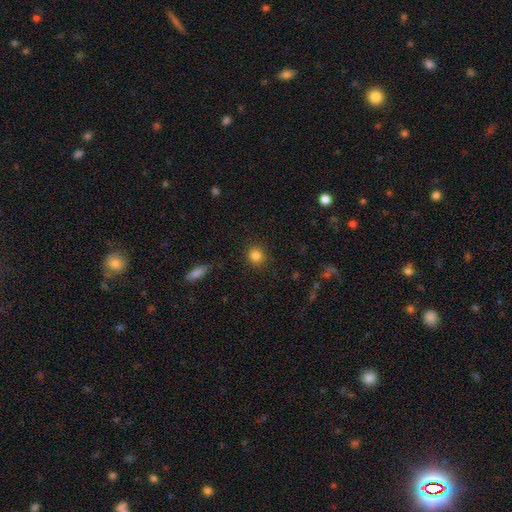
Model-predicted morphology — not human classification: smooth 84%, star or artifact 11%, featured or disk 5%. Down the decision tree: how rounded — round (87%); merging — none (89%).